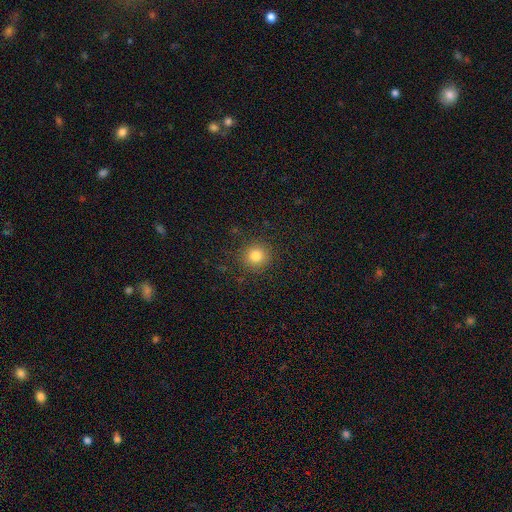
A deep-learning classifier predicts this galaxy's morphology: smooth-or-featured: smooth: 82% | star or artifact: 12% | featured or disk: 5%
  how-rounded: round: 91% | in between: 9% | cigar-shaped: 1%
  merging: none: 89% | minor disturbance: 7% | major disturbance: 3% | merger: 1%